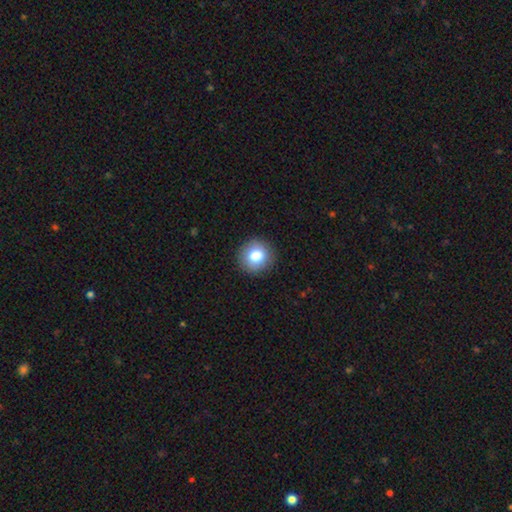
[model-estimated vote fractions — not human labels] Overall: smooth (82%). How rounded: round (92%). Merging: none (90%).